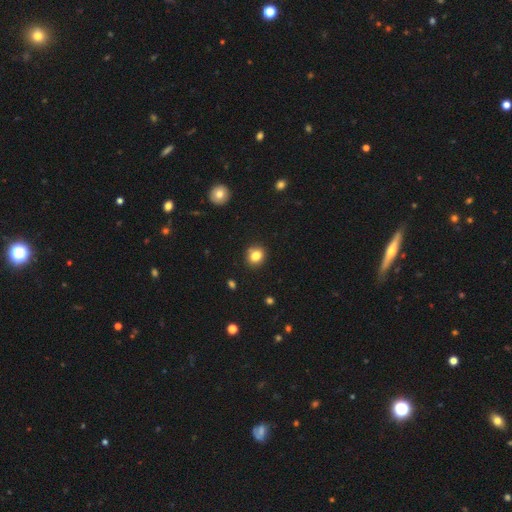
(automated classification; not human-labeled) Overall: smooth (82%). How rounded: round (75%). Merging: none (85%).